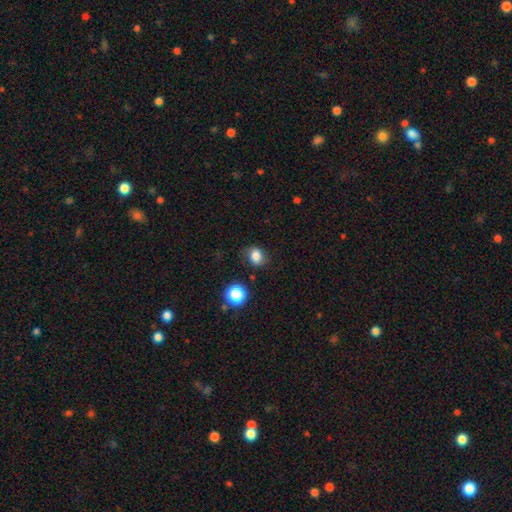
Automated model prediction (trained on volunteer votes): Q: Smooth or featured?
A: smooth (79%); runner-up: star or artifact (12%)
Q: How rounded?
A: round (54%); runner-up: in between (45%)
Q: Merging?
A: none (72%); runner-up: minor disturbance (19%)